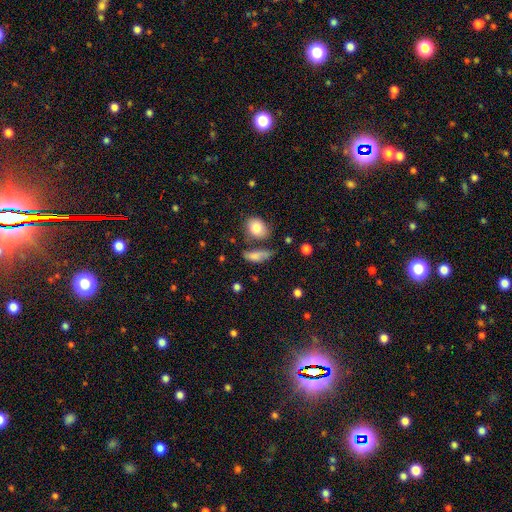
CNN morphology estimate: smooth-or-featured: smooth: 74% | featured or disk: 16% | star or artifact: 10%
  how-rounded: in between: 70% | cigar-shaped: 20% | round: 10%
  merging: none: 43% | minor disturbance: 28% | merger: 15% | major disturbance: 14%